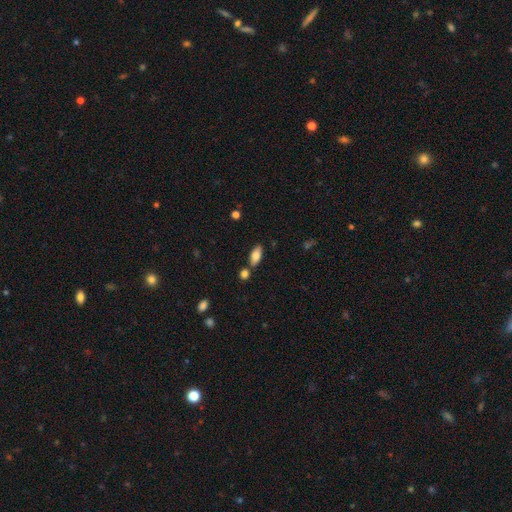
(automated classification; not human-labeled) This is clearly a smooth galaxy (81%). How rounded: clearly in between (85%). Merging: likely none (75%).